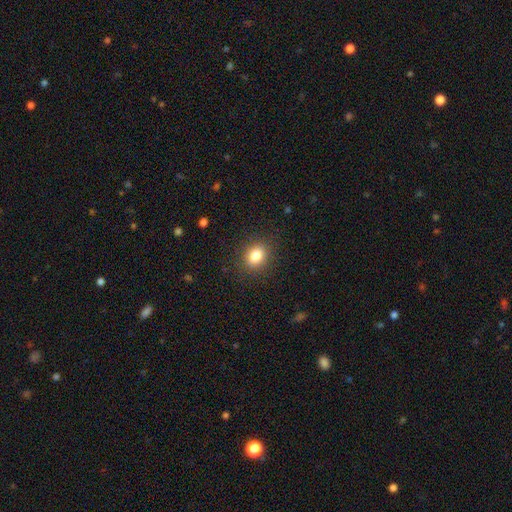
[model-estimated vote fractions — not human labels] smooth-or-featured: smooth: 83% | star or artifact: 11% | featured or disk: 6%
  how-rounded: round: 57% | in between: 42% | cigar-shaped: 1%
  merging: none: 88% | minor disturbance: 8% | major disturbance: 3% | merger: 1%